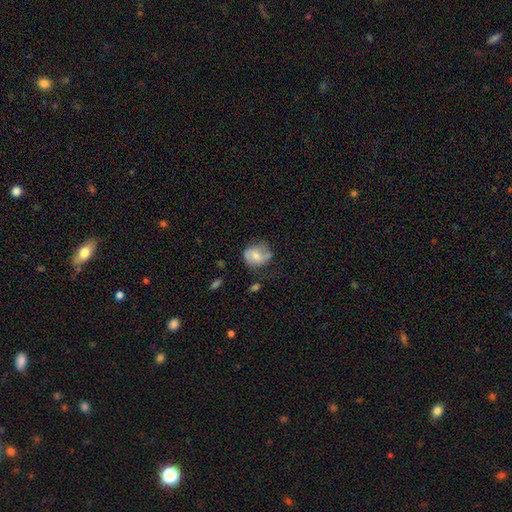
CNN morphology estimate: A smooth galaxy with no disk features (55%) that is round (66%). Merging: none (56%).